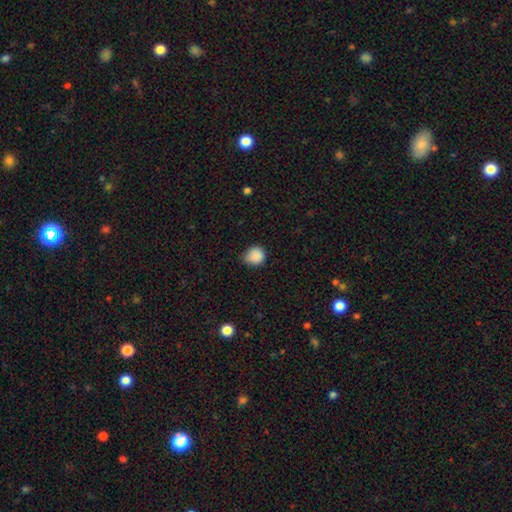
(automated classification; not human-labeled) Smooth or featured: smooth — 87% (star or artifact — 9%)
How rounded: round — 82% (in between — 17%)
Merging: none — 65% (minor disturbance — 29%)